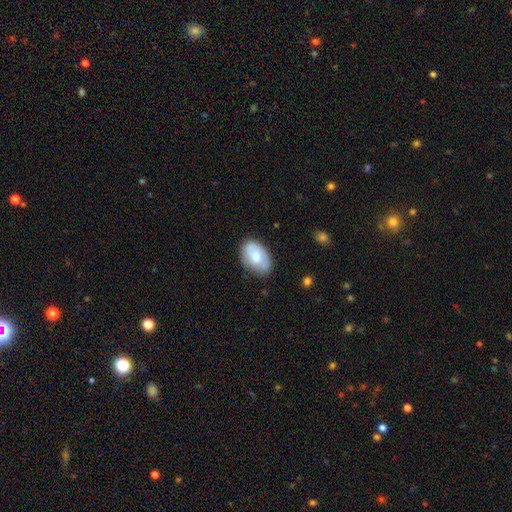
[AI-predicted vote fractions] Smooth or featured: smooth — 68% (featured or disk — 25%)
How rounded: in between — 90% (round — 9%)
Merging: none — 69% (minor disturbance — 24%)